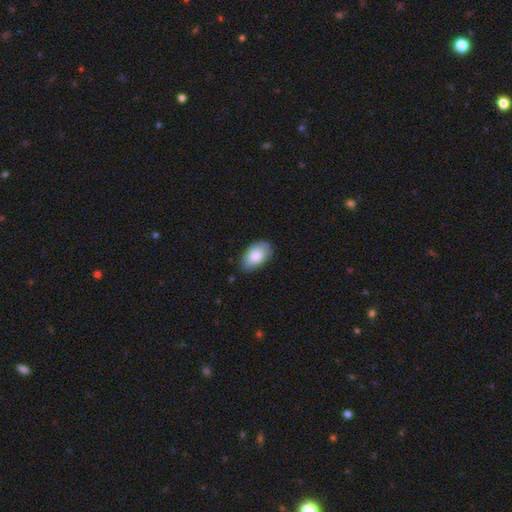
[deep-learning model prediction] Smooth or featured? Predicted: smooth (p=0.84). How rounded? Predicted: in between (p=0.94). Merging? Predicted: none (p=0.76).